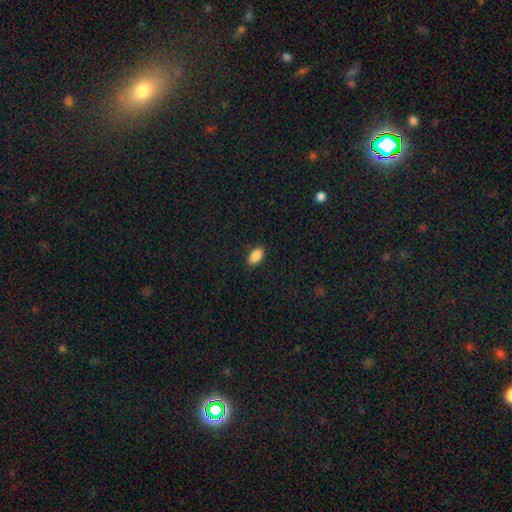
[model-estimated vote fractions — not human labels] Smooth or featured? smooth (88%)
How rounded? in between (92%)
Merging? none (88%)